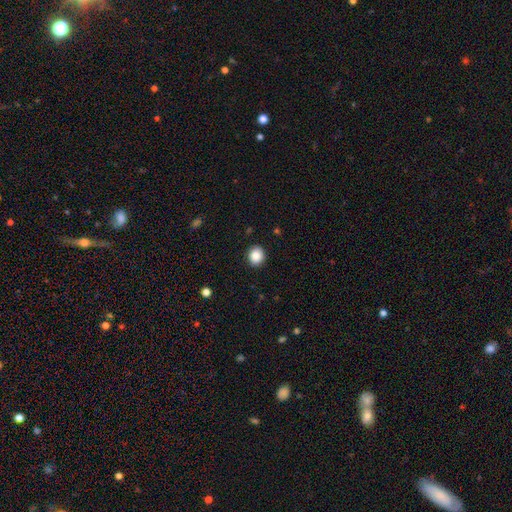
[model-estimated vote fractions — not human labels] The model was most divided on "how rounded": round: 68%, in between: 31%, cigar-shaped: 1%. More confident: merging — none (91%); smooth or featured — smooth (87%).